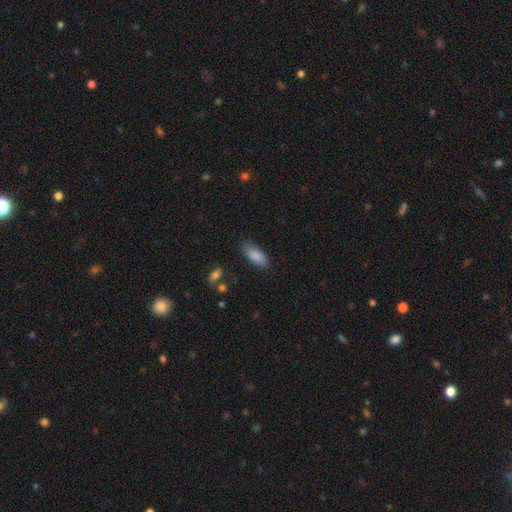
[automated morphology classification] smooth_or_featured: smooth (p=0.88) [alt: star or artifact p=0.06]
how_rounded: in between (p=0.84) [alt: cigar-shaped p=0.14]
merging: none (p=0.76) [alt: minor disturbance p=0.18]